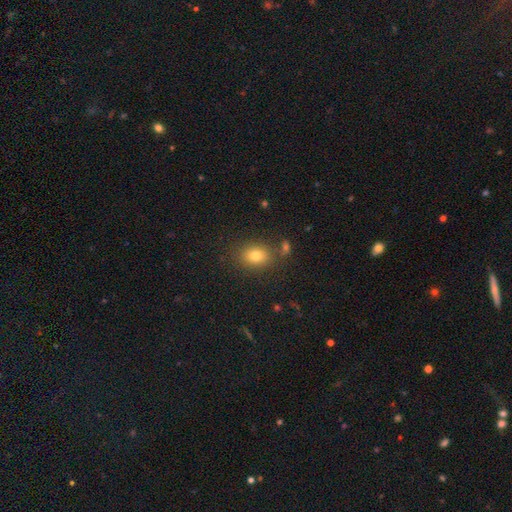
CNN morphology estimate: Smooth or featured? smooth (78%)
How rounded? in between (58%)
Merging? none (80%)